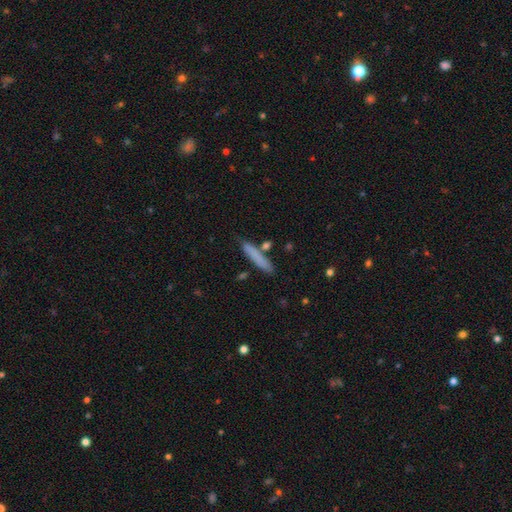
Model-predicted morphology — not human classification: Smooth or featured? Predicted: smooth (p=0.78). How rounded? Predicted: cigar-shaped (p=0.93). Merging? Predicted: none (p=0.81).